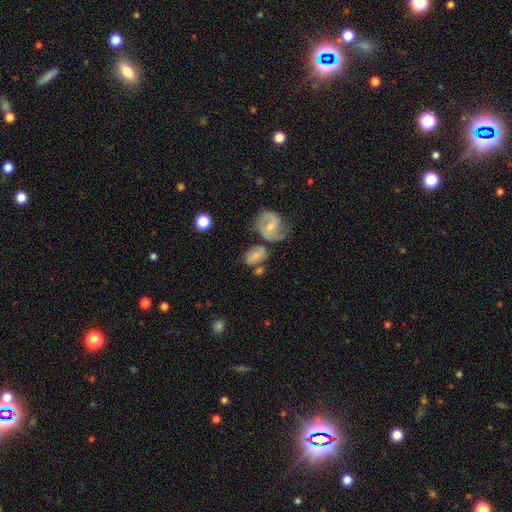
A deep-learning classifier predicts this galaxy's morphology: type=smooth (56%); roundness=in between (74%); merging=none (46%).